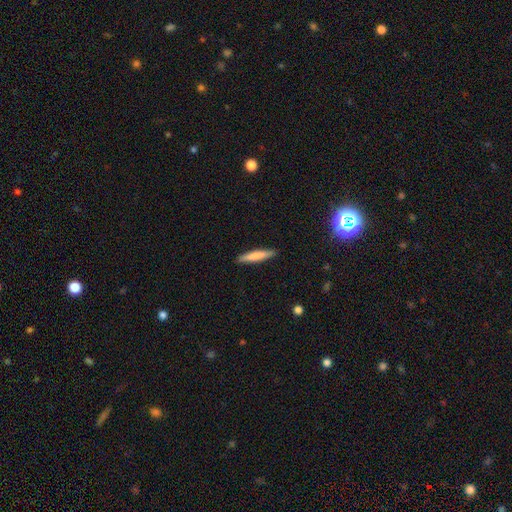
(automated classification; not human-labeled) Morphology: type=smooth (77%); roundness=cigar-shaped (91%); merging=none (90%).